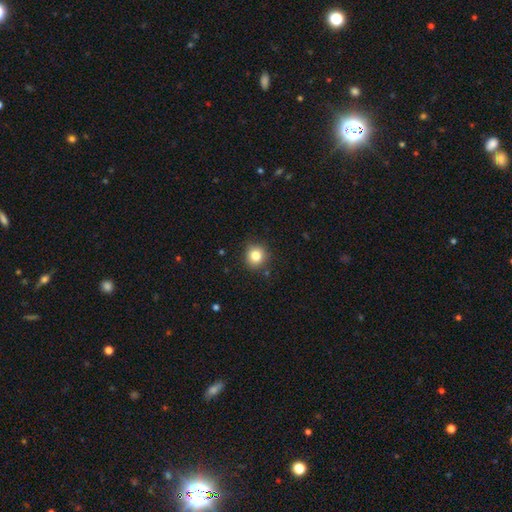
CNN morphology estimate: Overall: smooth (82%). How rounded: round (91%). Merging: none (87%).